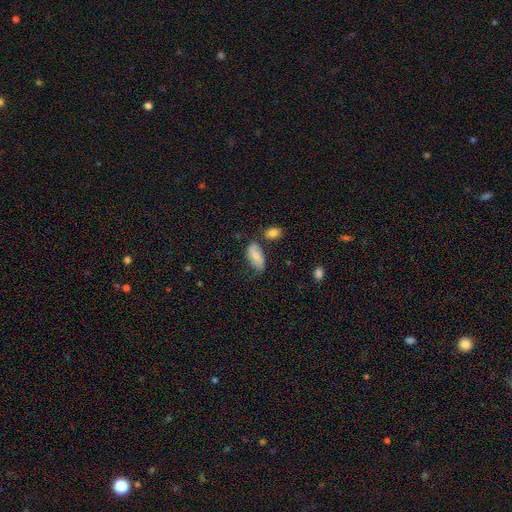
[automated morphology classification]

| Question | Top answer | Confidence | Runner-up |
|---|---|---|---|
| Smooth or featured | smooth | 66% | featured or disk (27%) |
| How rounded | in between | 91% | cigar-shaped (5%) |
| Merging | none | 54% | minor disturbance (28%) |